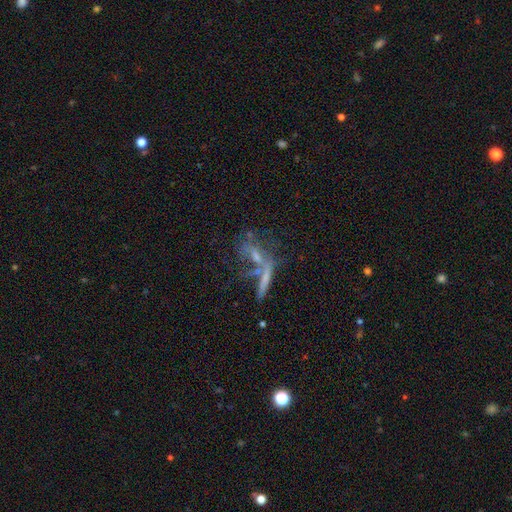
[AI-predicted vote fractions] A featured or disk galaxy (53%). Merging: merger (38%).